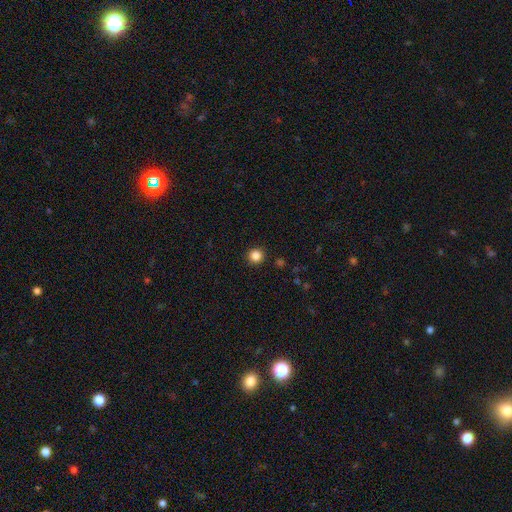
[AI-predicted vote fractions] Morphology: type=smooth (85%); roundness=round (95%); merging=none (93%).